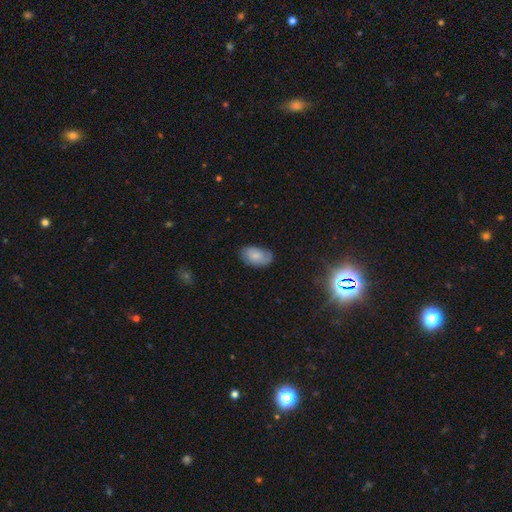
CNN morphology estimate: Smooth or featured?
  - smooth: 70% *
  - featured or disk: 22%
  - star or artifact: 8%
How rounded?
  - in between: 93% *
  - round: 6%
  - cigar-shaped: 2%
Merging?
  - none: 70% *
  - minor disturbance: 24%
  - major disturbance: 5%
  - merger: 1%